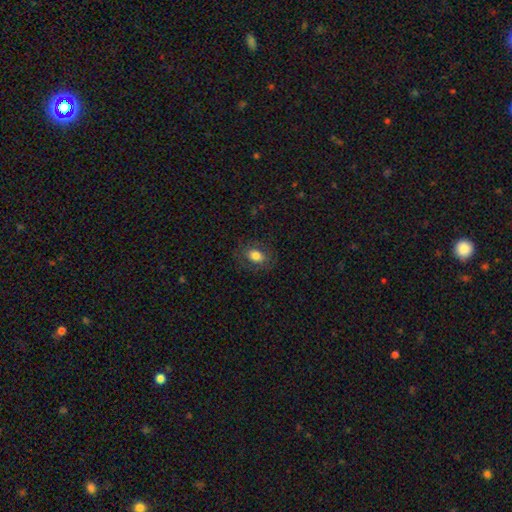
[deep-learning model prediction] A smooth galaxy with no disk features (77%) that is in between round and cigar-shaped (76%).

Vote fractions:
- Smooth or featured? smooth: 77% / featured or disk: 14% / star or artifact: 9%
- How rounded? in between: 76% / round: 22% / cigar-shaped: 1%
- Merging? none: 80% / minor disturbance: 13% / major disturbance: 6% / merger: 1%